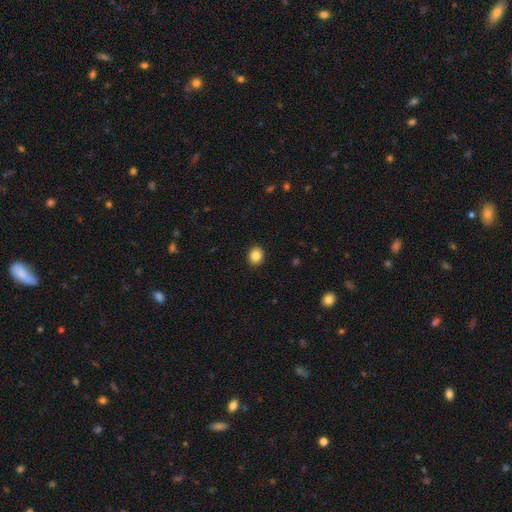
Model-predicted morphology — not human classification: smooth 86%, star or artifact 10%, featured or disk 5%. Down the decision tree: how rounded — round (68%); merging — none (92%).